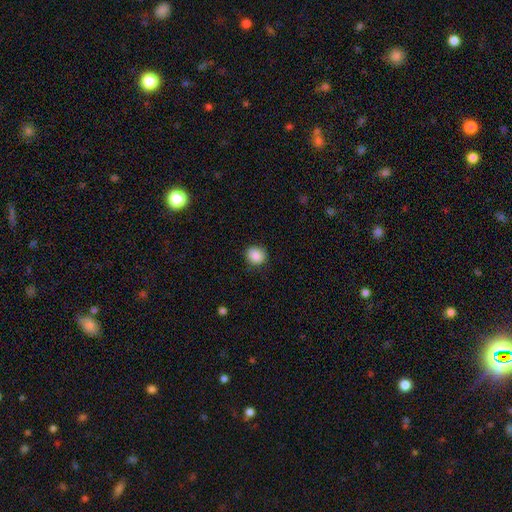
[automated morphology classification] A smooth galaxy with no disk features (88%) that is round (80%). Merging: none (86%).